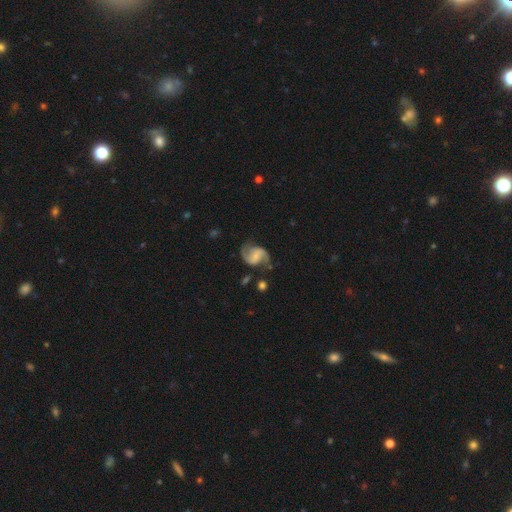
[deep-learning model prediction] The model was most divided on "bar" (2-way tie): weak: 42%, no: 42%, strong: 16%. Remaining: edge-on disk — no (98%); spiral arms — yes (96%); spiral arm count — 2 (91%); smooth or featured — featured or disk (82%); merging — none (68%); bulge size — small (54%); spiral winding — medium (48%).